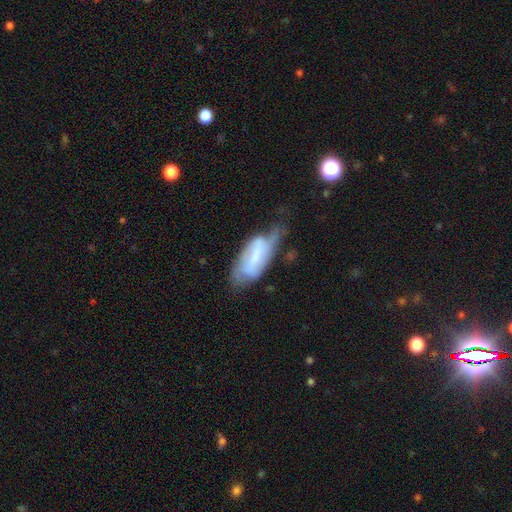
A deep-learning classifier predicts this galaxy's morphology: Overall: featured or disk (50%; smooth 42%). Merging: minor disturbance (37%; none 33%).